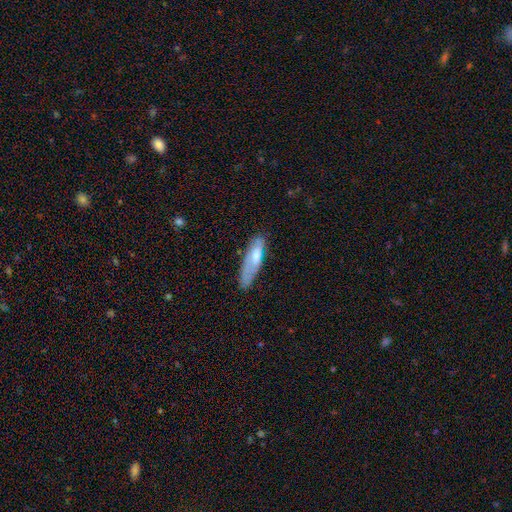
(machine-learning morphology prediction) Q: Smooth or featured?
A: smooth (56%); runner-up: featured or disk (37%)
Q: How rounded?
A: cigar-shaped (62%); runner-up: in between (37%)
Q: Merging?
A: none (53%); runner-up: minor disturbance (31%)